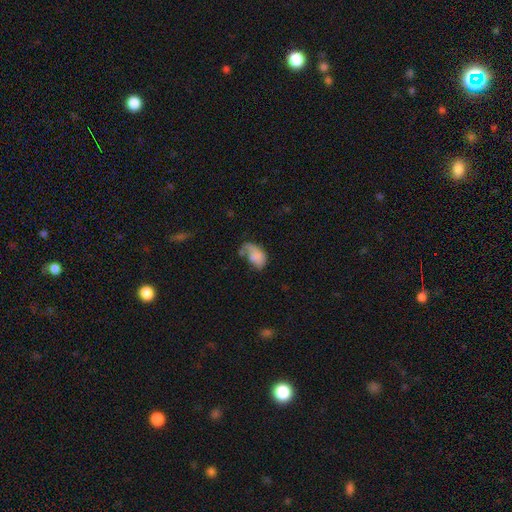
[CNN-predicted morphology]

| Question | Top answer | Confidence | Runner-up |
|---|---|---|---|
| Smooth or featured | smooth | 68% | featured or disk (22%) |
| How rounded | in between | 90% | round (8%) |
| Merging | major disturbance | 32% | minor disturbance (29%) |